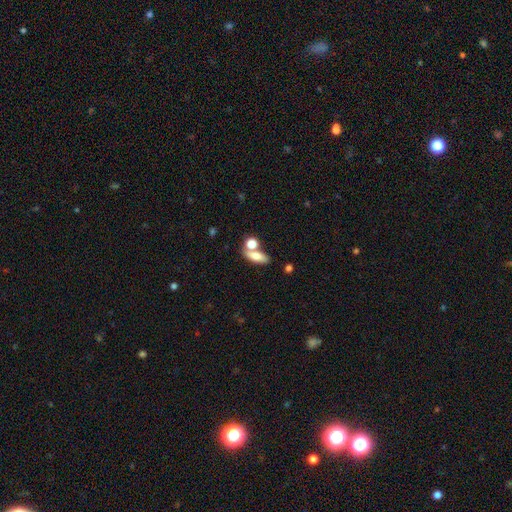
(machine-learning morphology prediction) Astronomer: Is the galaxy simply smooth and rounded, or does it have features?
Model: smooth — 71%.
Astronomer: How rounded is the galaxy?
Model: in between — 63%.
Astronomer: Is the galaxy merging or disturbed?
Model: none — 50% (runner-up: merger, 33%).